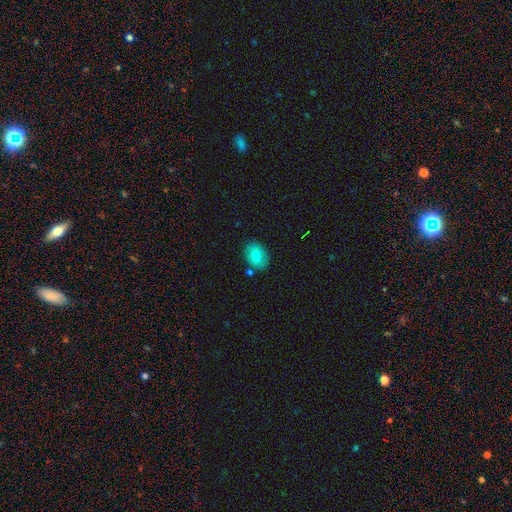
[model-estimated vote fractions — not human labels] smooth 73%, featured or disk 19%, star or artifact 8%. Down the decision tree: how rounded — in between (74%); merging — none (81%).